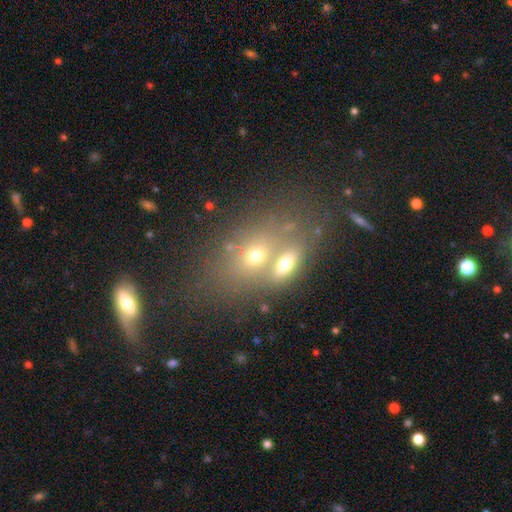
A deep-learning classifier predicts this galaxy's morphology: Smooth or featured? smooth (48%)
Merging? merger (56%)